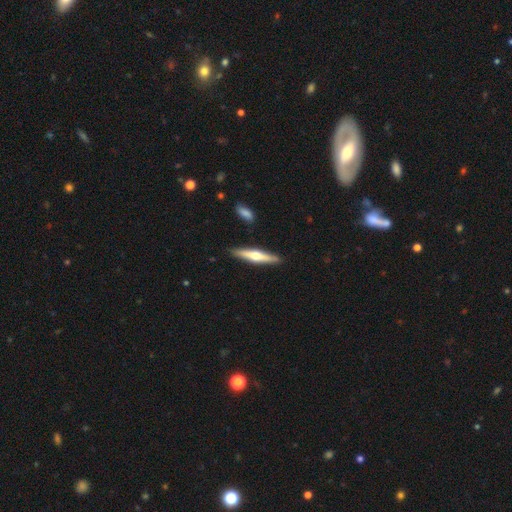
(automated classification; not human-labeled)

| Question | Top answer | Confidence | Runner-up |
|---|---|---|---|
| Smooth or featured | featured or disk | 58% | smooth (37%) |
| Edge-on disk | yes | 96% | no (4%) |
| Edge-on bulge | rounded | 90% | none (5%) |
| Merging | none | 88% | minor disturbance (8%) |